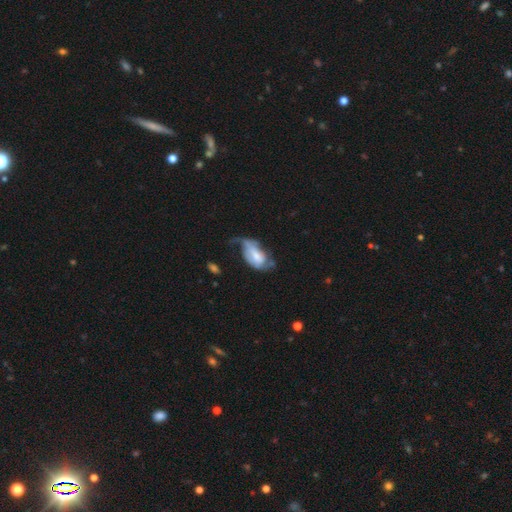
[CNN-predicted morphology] smooth_or_featured: featured or disk (p=0.49) [alt: smooth p=0.44]
merging: major disturbance (p=0.48) [alt: minor disturbance p=0.26]